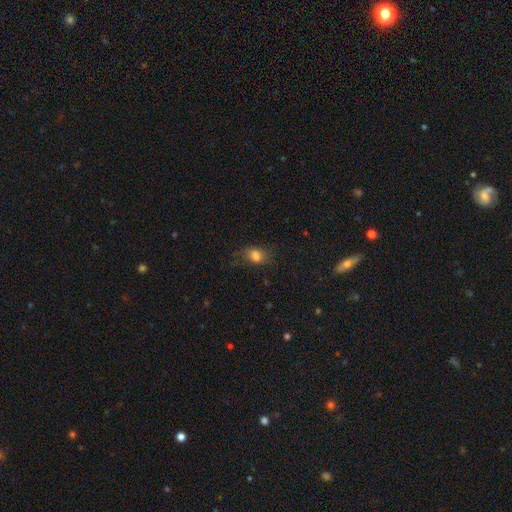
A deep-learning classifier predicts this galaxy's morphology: This is likely a smooth galaxy (78%). How rounded: possibly in between (59%). Merging: likely none (66%).